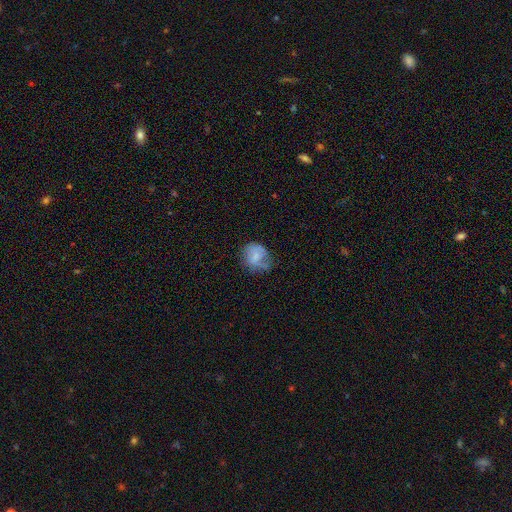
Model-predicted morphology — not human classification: Overall: smooth (56%; featured or disk 35%). How rounded: round (62%; in between 37%). Merging: none (45%; minor disturbance 31%).